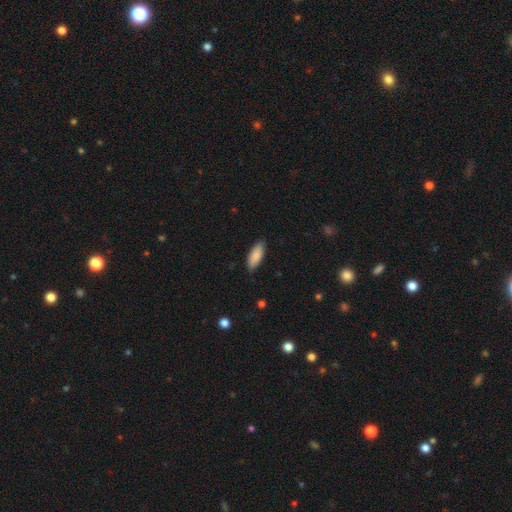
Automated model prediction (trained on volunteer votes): This appears to be a smooth galaxy with no disk features (86%) that is in between round and cigar-shaped (74%). Merging: none (87%).